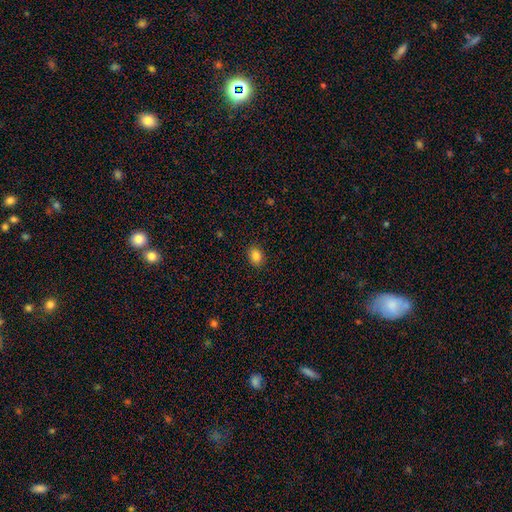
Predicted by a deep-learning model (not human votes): This is clearly a smooth galaxy (85%). How rounded: possibly in between (56%). Merging: clearly none (89%).